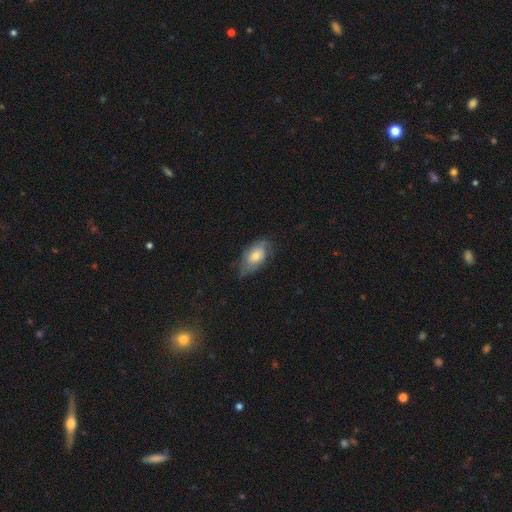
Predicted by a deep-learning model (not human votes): smooth-or-featured: smooth: 54% | featured or disk: 38% | star or artifact: 8%
  how-rounded: in between: 89% | round: 6% | cigar-shaped: 6%
  merging: none: 61% | minor disturbance: 29% | major disturbance: 8% | merger: 1%